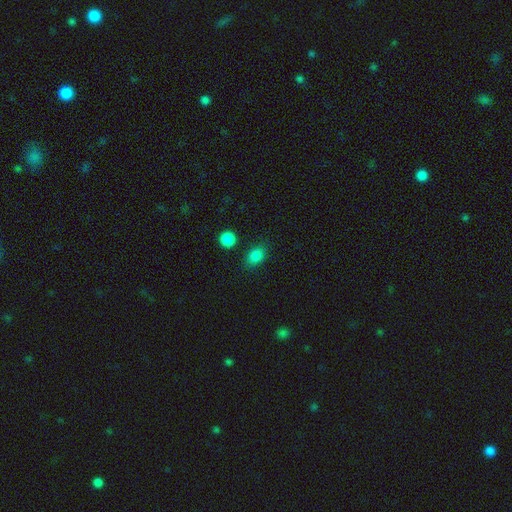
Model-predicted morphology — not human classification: type=smooth (84%); roundness=in between (72%); merging=none (81%).